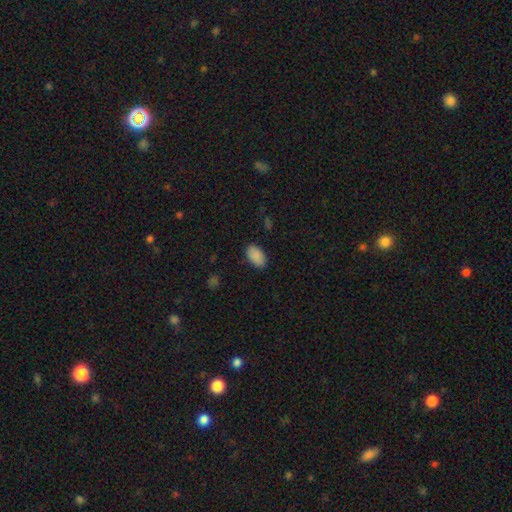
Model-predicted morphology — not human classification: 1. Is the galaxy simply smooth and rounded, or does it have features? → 89% smooth, 7% star or artifact, 3% featured or disk.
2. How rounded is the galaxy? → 94% in between, 5% round, 1% cigar-shaped.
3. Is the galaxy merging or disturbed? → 87% none, 10% minor disturbance, 2% major disturbance, 1% merger.